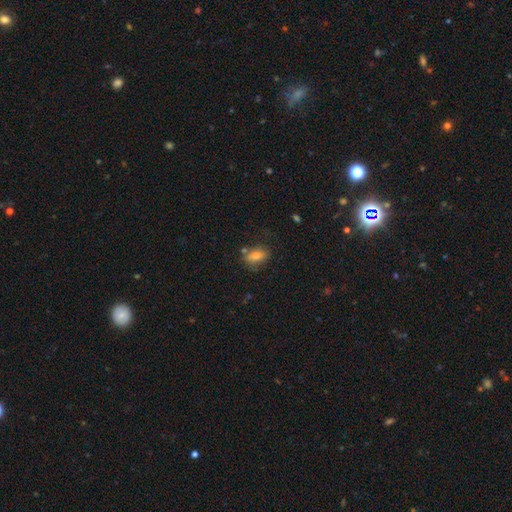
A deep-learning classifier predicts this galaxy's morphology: smooth 73%, featured or disk 15%, star or artifact 13%. Down the decision tree: how rounded — in between (79%); merging — none (66%).